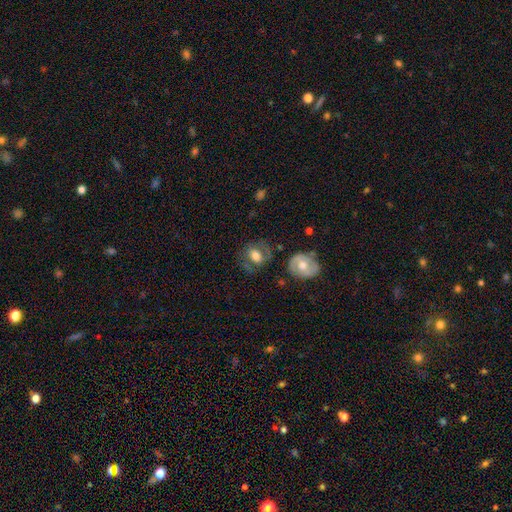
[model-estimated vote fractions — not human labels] smooth_or_featured: smooth (p=0.56) [alt: featured or disk p=0.36]
how_rounded: in between (p=0.52) [alt: round p=0.46]
merging: none (p=0.61) [alt: minor disturbance p=0.20]